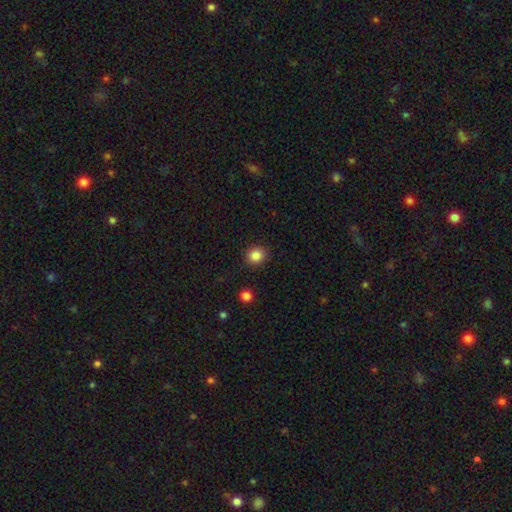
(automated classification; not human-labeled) The model was most divided on "how rounded": round: 86%, in between: 13%, cigar-shaped: 1%. More confident: merging — none (89%); smooth or featured — smooth (85%).